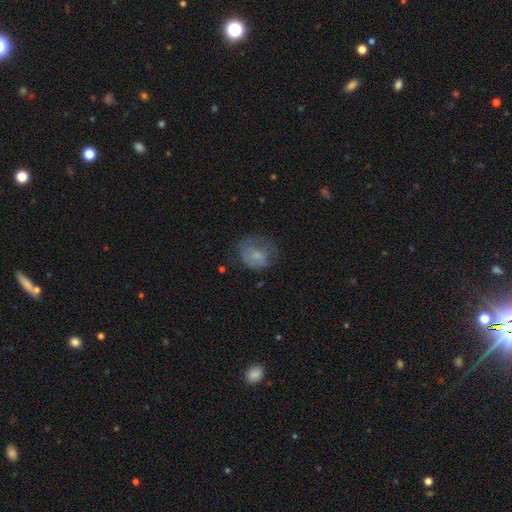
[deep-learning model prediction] Smooth or featured? Predicted: smooth (p=0.57). How rounded? Predicted: round (p=0.58). Merging? Predicted: none (p=0.49).